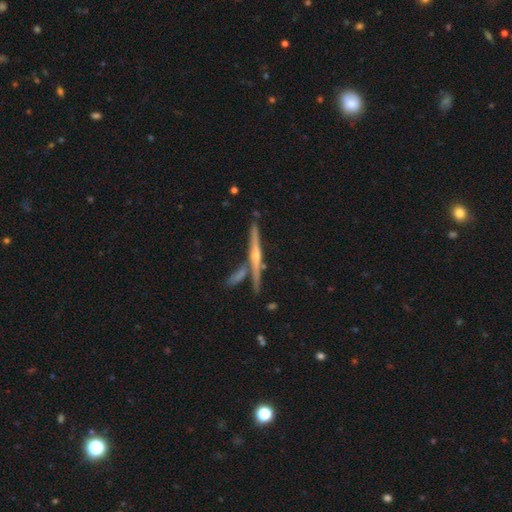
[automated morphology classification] The model was most divided on "merging": none: 78%, merger: 11%, minor disturbance: 9%, major disturbance: 2%. More confident: edge-on disk — yes (98%); edge-on bulge — rounded (88%); smooth or featured — featured or disk (83%).